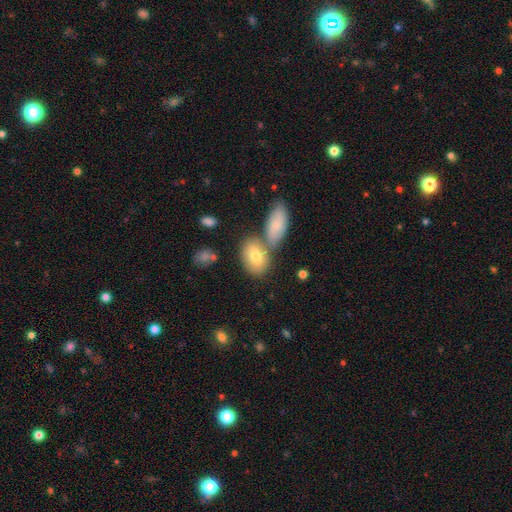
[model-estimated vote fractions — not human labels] Smooth or featured?
  - smooth: 73% *
  - featured or disk: 19%
  - star or artifact: 8%
How rounded?
  - in between: 84% *
  - round: 13%
  - cigar-shaped: 3%
Merging?
  - none: 47% *
  - merger: 38%
  - minor disturbance: 11%
  - major disturbance: 4%